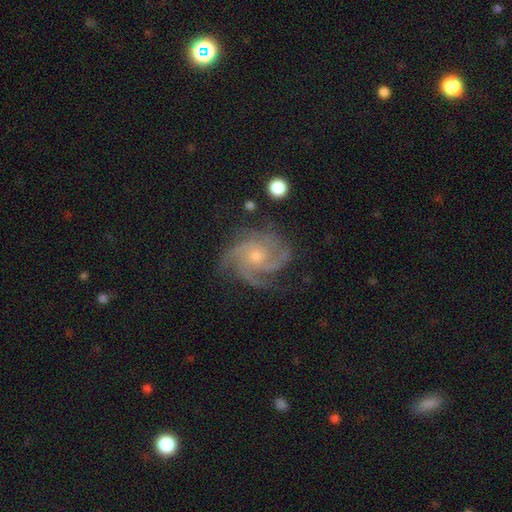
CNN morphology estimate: type=featured or disk (90%); edge-on=no (98%); bar=no (76%); spiral arms=yes (98%); winding=tight (50%); arm count=3 (53%); bulge=small (50%); merging=none (73%).